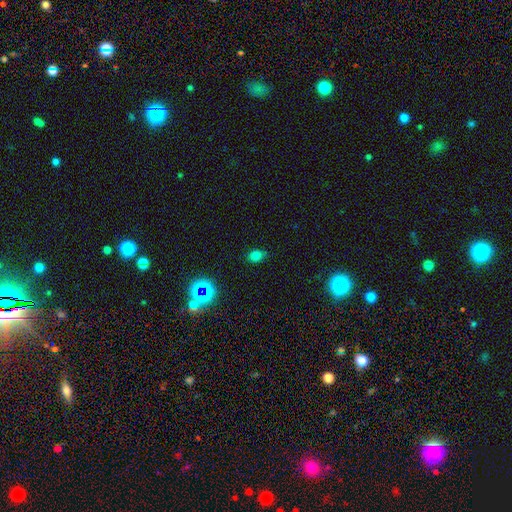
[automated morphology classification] Smooth or featured?
  - smooth: 73% *
  - star or artifact: 21%
  - featured or disk: 6%
How rounded?
  - in between: 66% *
  - round: 33%
  - cigar-shaped: 2%
Merging?
  - none: 76% *
  - minor disturbance: 18%
  - major disturbance: 4%
  - merger: 2%